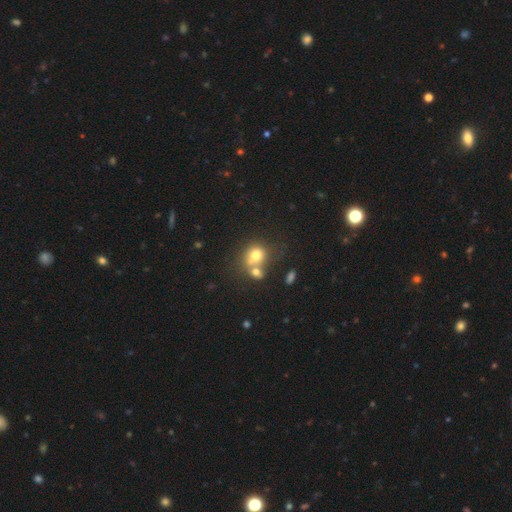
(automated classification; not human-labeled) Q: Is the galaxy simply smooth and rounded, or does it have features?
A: smooth — 72%.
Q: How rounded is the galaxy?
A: round — 69%.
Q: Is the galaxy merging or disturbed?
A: merger — 51%.